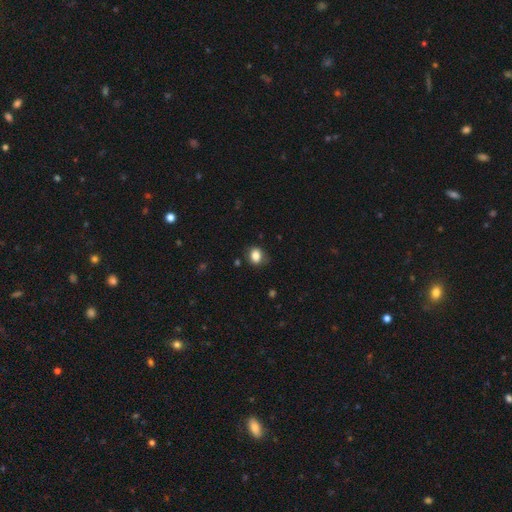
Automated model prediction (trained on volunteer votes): smooth 84%, star or artifact 10%, featured or disk 6%. Down the decision tree: how rounded — round (51%); merging — none (77%).